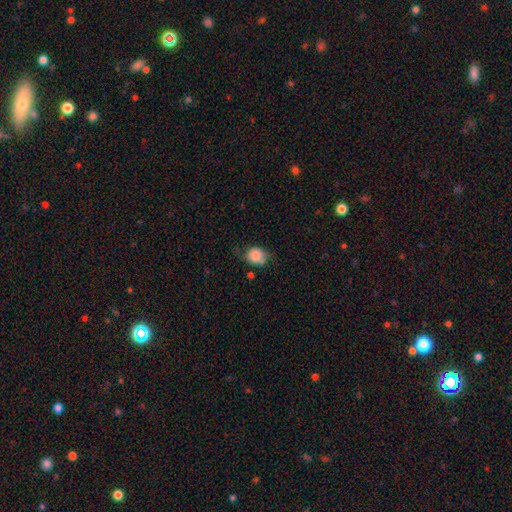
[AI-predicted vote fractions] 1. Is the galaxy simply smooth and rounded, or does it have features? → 82% smooth, 10% featured or disk, 9% star or artifact.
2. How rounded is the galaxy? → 58% round, 41% in between, 1% cigar-shaped.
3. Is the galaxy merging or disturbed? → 54% none, 31% minor disturbance, 10% major disturbance, 4% merger.